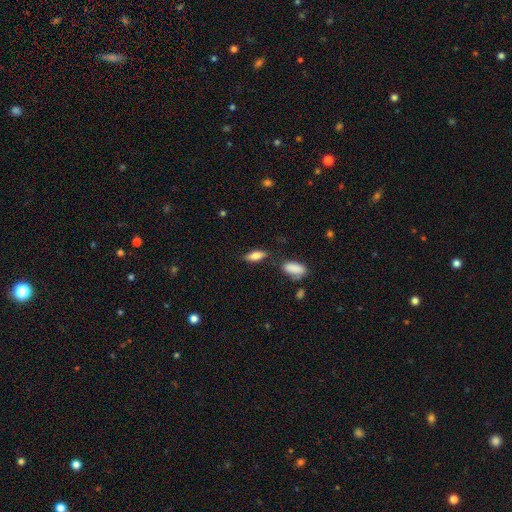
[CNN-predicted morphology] smooth-or-featured: smooth: 77% | featured or disk: 16% | star or artifact: 7%
  how-rounded: in between: 73% | cigar-shaped: 25% | round: 3%
  merging: none: 75% | minor disturbance: 16% | merger: 5% | major disturbance: 4%